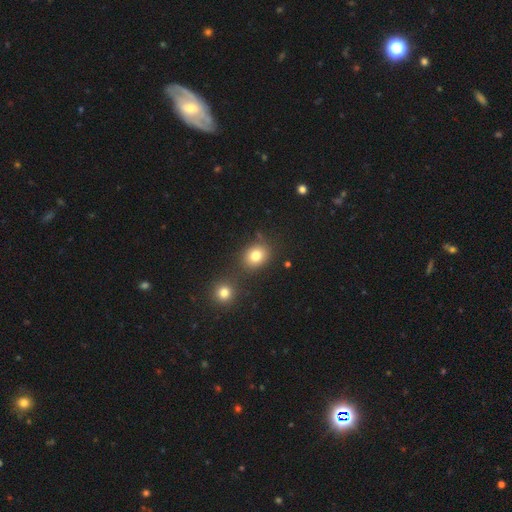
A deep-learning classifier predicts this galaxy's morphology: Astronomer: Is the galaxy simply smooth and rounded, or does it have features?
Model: smooth — 79%.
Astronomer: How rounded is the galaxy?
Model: round — 60% (runner-up: in between, 39%).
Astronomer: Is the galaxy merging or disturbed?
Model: none — 72%.